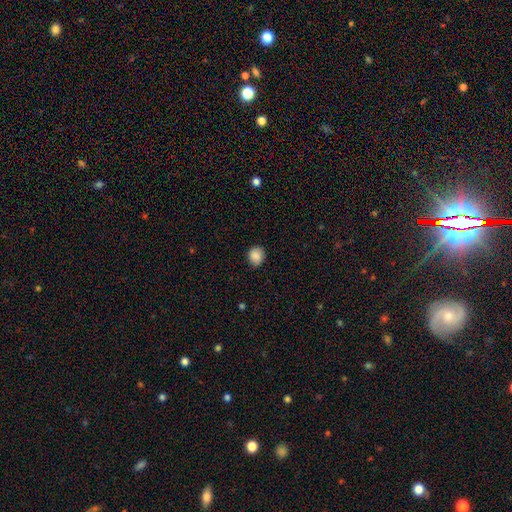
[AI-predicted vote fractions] smooth 88%, star or artifact 9%, featured or disk 4%. Down the decision tree: how rounded — round (73%); merging — none (82%).